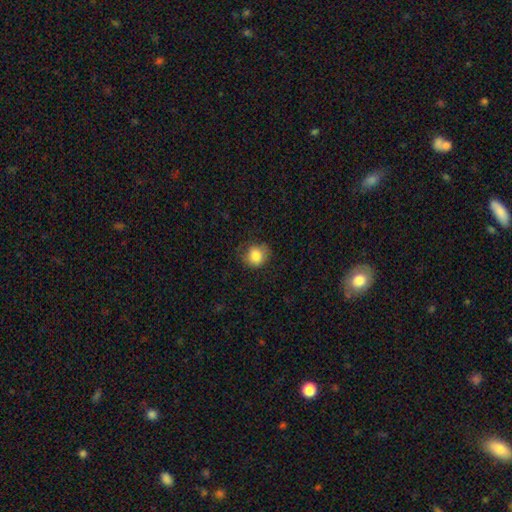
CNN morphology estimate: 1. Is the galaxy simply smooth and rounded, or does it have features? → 84% smooth, 9% star or artifact, 7% featured or disk.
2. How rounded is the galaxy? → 80% round, 19% in between, 1% cigar-shaped.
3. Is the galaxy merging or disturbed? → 73% none, 20% minor disturbance, 6% major disturbance, 1% merger.